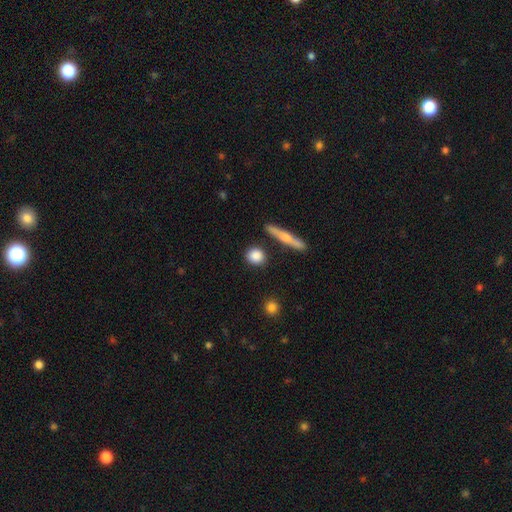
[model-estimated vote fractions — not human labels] Morphology: type=smooth (85%); roundness=round (75%); merging=none (85%).